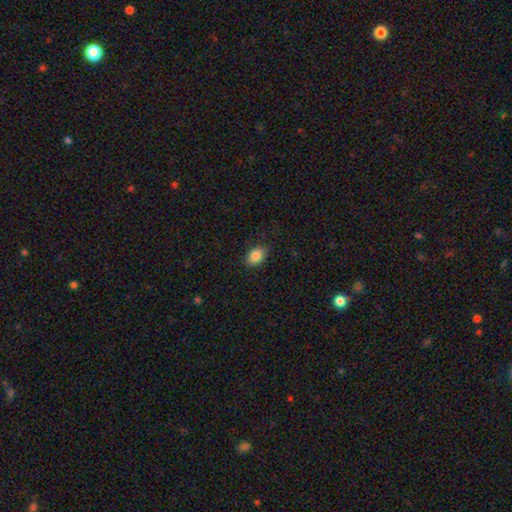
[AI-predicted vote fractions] Smooth or featured: smooth — 85% (star or artifact — 8%)
How rounded: in between — 84% (round — 15%)
Merging: none — 83% (minor disturbance — 13%)